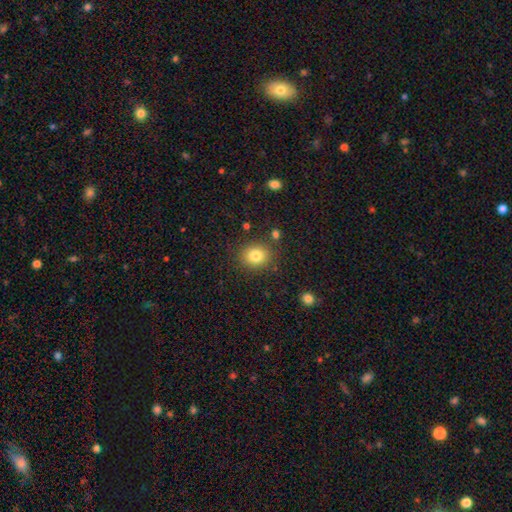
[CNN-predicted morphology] smooth 82%, star or artifact 11%, featured or disk 7%. Down the decision tree: how rounded — round (73%); merging — none (86%).